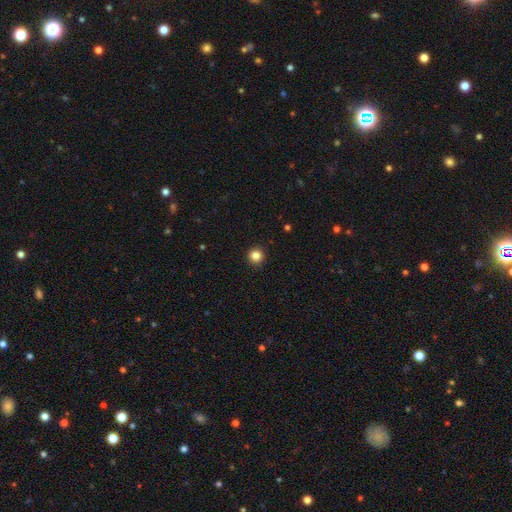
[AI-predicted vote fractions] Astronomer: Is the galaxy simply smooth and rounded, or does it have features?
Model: smooth — 85%.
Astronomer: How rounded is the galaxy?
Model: round — 95%.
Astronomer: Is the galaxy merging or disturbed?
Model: none — 93%.